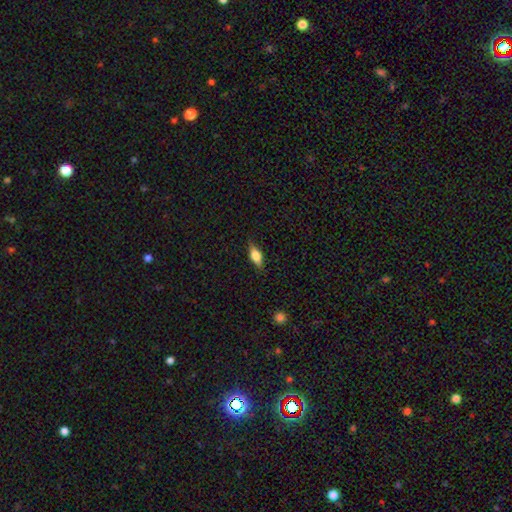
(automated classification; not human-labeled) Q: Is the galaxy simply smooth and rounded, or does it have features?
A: smooth — 69%.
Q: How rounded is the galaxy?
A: in between — 75%.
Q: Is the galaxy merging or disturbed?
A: none — 83%.